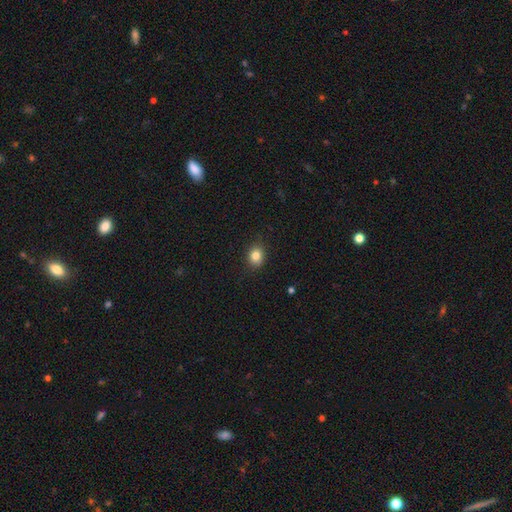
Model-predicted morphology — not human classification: Smooth or featured? Predicted: smooth (p=0.83). How rounded? Predicted: round (p=0.60). Merging? Predicted: none (p=0.87).